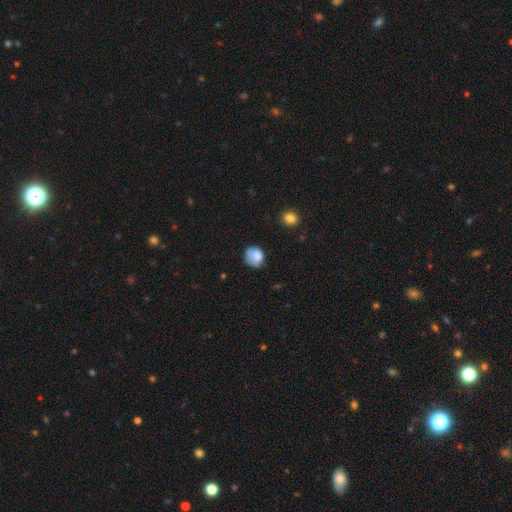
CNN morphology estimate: type=smooth (81%); roundness=round (73%); merging=none (59%).